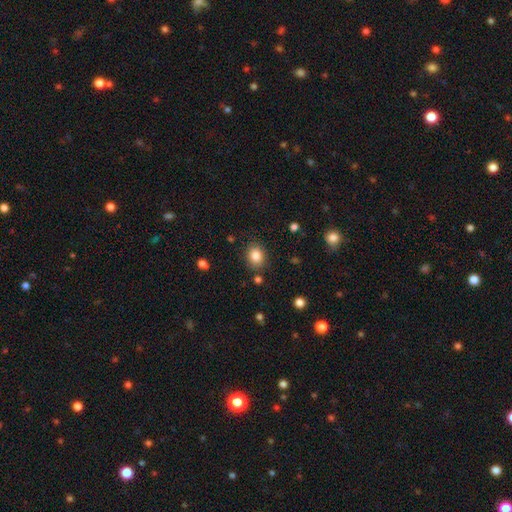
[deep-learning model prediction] This is clearly a smooth galaxy (85%). How rounded: possibly round (55%). Merging: clearly none (82%).